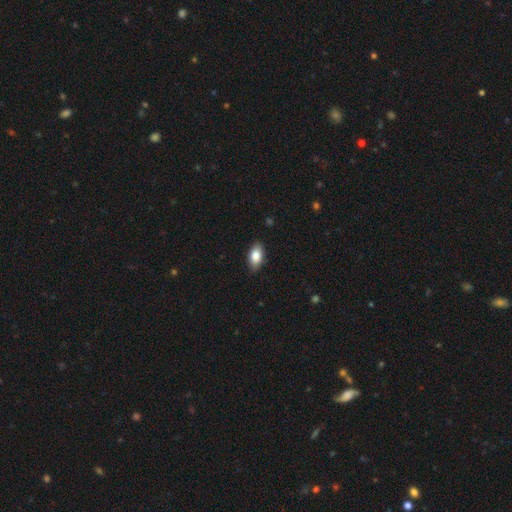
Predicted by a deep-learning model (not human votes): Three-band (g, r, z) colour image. It shows a smooth galaxy with no disk features (83%) that is in between round and cigar-shaped (91%). Merging: none (86%).